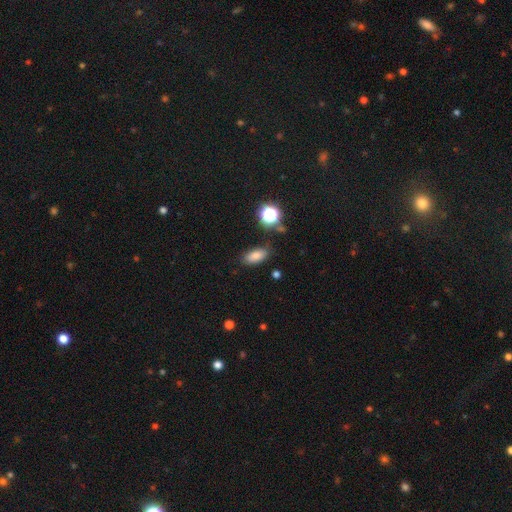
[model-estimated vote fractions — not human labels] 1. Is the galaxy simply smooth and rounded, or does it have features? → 79% smooth, 13% star or artifact, 8% featured or disk.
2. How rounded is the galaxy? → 84% in between, 10% cigar-shaped, 7% round.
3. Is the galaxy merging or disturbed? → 79% none, 13% minor disturbance, 4% major disturbance, 3% merger.